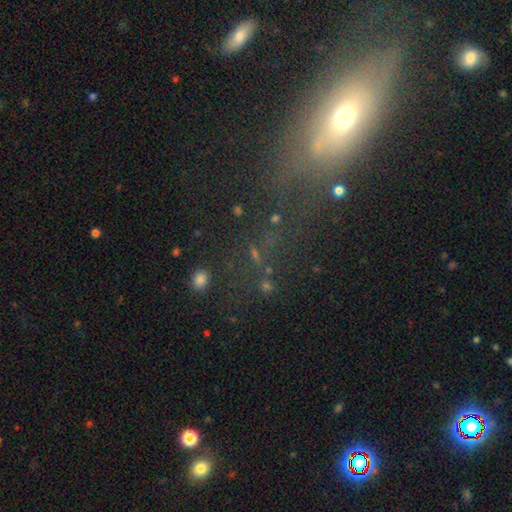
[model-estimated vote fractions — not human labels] star or artifact 44%, smooth 41%, featured or disk 15%.